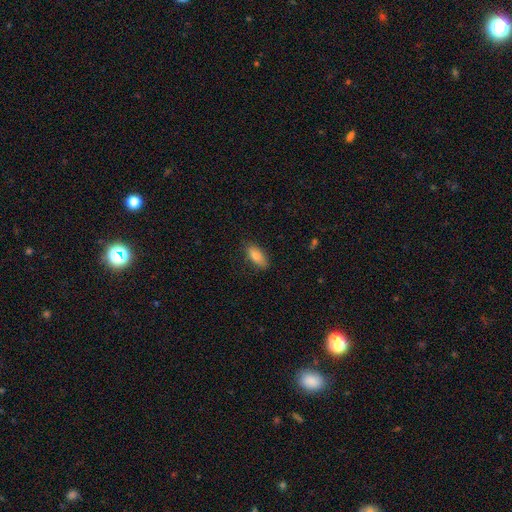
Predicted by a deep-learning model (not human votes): Smooth or featured: smooth — 84% (featured or disk — 9%)
How rounded: in between — 82% (cigar-shaped — 16%)
Merging: none — 83% (minor disturbance — 13%)